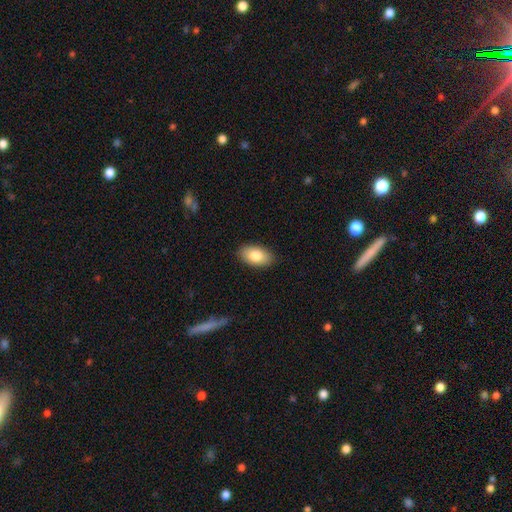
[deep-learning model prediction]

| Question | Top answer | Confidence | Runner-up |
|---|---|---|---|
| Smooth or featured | smooth | 82% | featured or disk (12%) |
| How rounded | in between | 93% | round (5%) |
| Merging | none | 88% | minor disturbance (9%) |